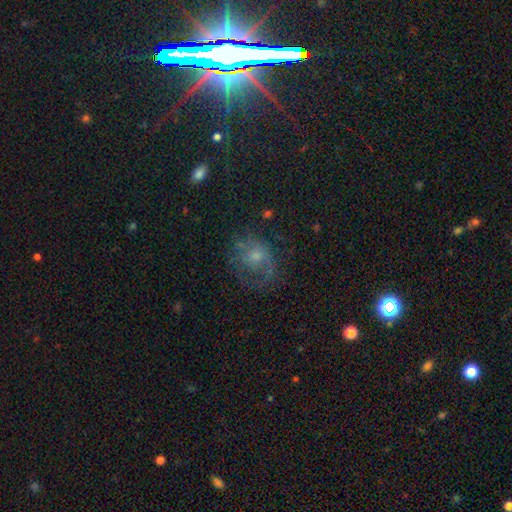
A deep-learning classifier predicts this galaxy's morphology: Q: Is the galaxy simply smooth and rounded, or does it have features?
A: featured or disk — 45%.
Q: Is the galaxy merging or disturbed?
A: none — 52%.